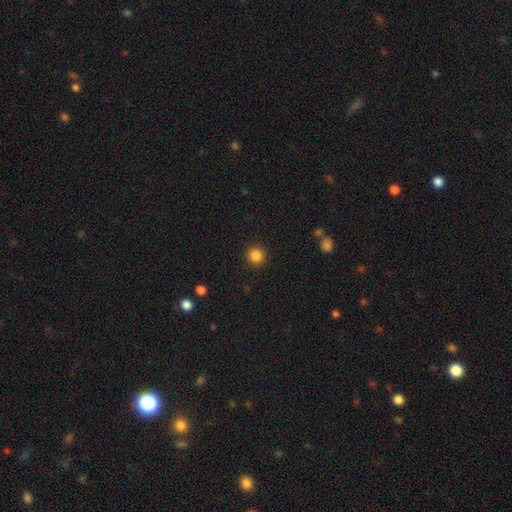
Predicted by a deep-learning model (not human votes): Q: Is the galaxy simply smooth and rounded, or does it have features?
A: smooth — 85%.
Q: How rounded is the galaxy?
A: round — 94%.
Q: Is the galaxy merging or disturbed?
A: none — 92%.